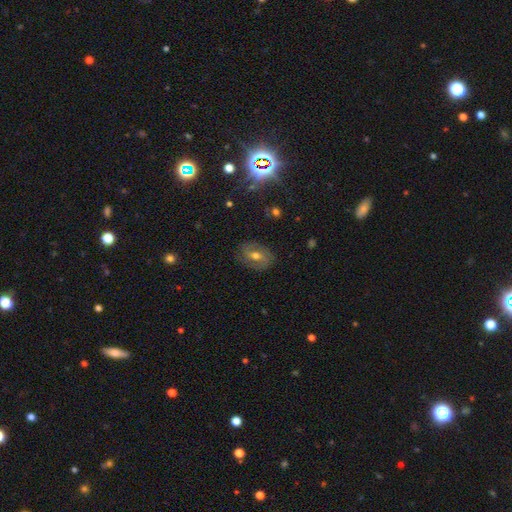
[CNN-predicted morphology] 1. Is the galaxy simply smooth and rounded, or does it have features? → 55% featured or disk, 33% smooth, 12% star or artifact.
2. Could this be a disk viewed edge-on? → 93% no, 7% yes.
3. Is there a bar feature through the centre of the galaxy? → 44% weak, 34% no, 23% strong.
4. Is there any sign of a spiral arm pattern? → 69% yes, 31% no.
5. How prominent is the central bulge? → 72% moderate, 21% small, 4% large, 1% none, 1% dominant.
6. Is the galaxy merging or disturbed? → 79% none, 15% minor disturbance, 5% major disturbance, 1% merger.